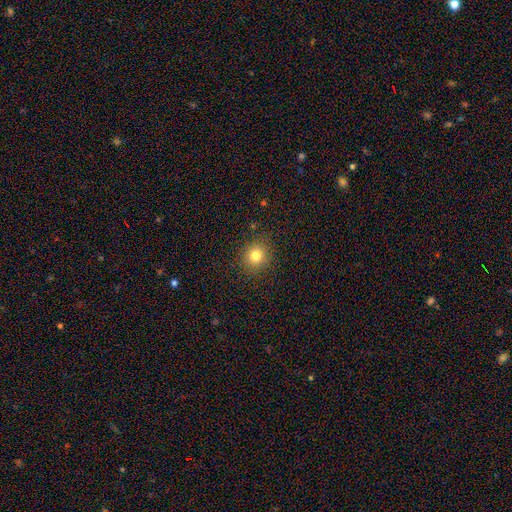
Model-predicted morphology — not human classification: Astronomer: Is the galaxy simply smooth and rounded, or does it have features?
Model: smooth — 80%.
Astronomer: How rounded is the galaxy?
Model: round — 88%.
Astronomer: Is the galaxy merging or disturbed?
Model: none — 89%.